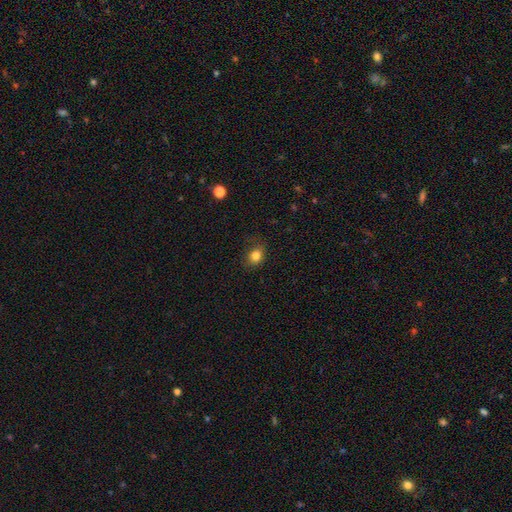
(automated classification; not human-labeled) Smooth or featured?
  - smooth: 82% *
  - star or artifact: 11%
  - featured or disk: 7%
How rounded?
  - in between: 53% *
  - round: 46%
  - cigar-shaped: 1%
Merging?
  - none: 79% *
  - minor disturbance: 16%
  - major disturbance: 4%
  - merger: 1%